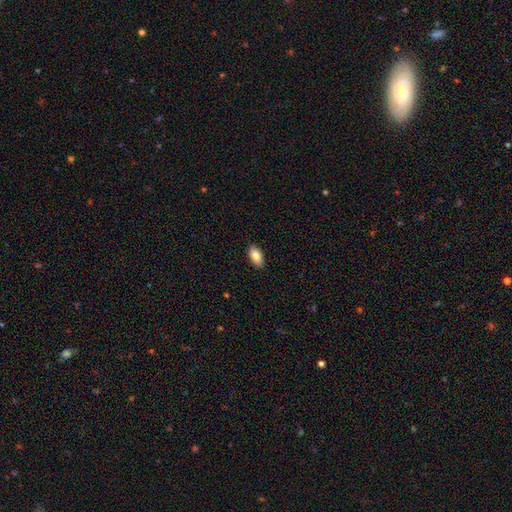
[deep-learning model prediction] smooth-or-featured: smooth: 84% | featured or disk: 9% | star or artifact: 7%
  how-rounded: in between: 92% | cigar-shaped: 5% | round: 3%
  merging: none: 89% | minor disturbance: 8% | major disturbance: 2% | merger: 1%